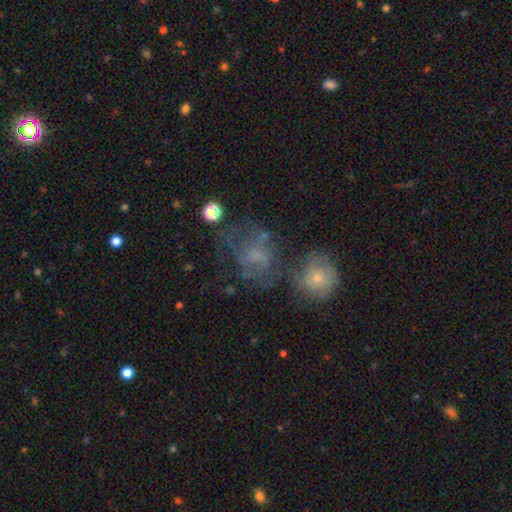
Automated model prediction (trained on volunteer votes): Smooth or featured?
  - featured or disk: 47% *
  - smooth: 34%
  - star or artifact: 19%
Merging?
  - none: 39% *
  - major disturbance: 23%
  - merger: 21%
  - minor disturbance: 18%